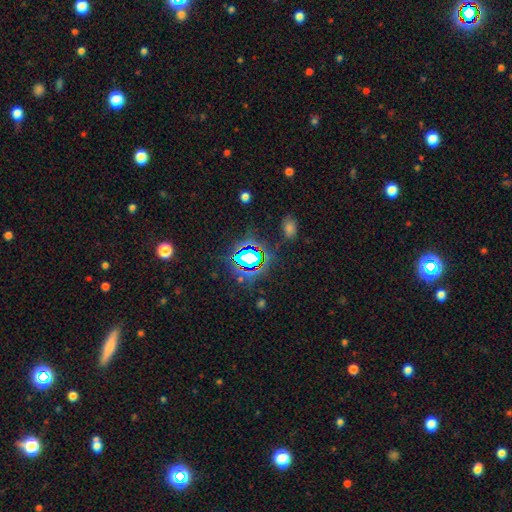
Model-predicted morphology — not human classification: Smooth or featured? Predicted: star or artifact (p=0.75).